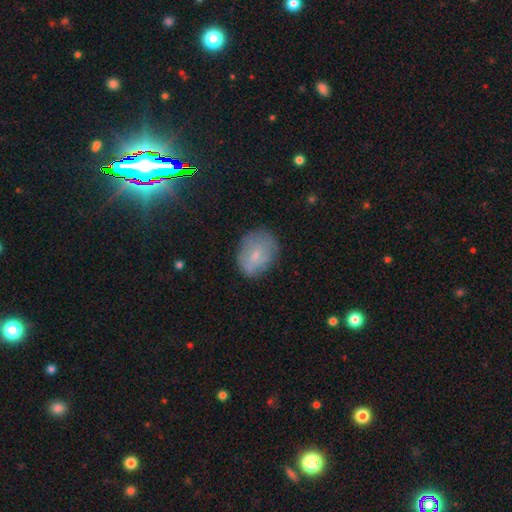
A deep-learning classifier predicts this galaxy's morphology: A smooth galaxy with no disk features (62%) that is in between round and cigar-shaped (63%).

Vote fractions:
- Smooth or featured? smooth: 62% / featured or disk: 28% / star or artifact: 10%
- How rounded? in between: 63% / round: 36% / cigar-shaped: 1%
- Merging? none: 71% / minor disturbance: 21% / major disturbance: 6% / merger: 2%